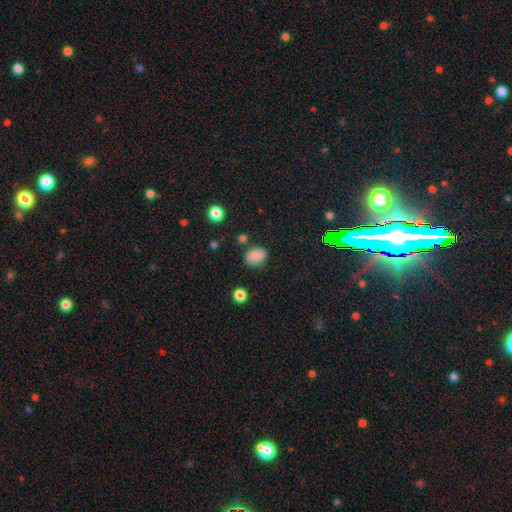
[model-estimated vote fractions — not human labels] Smooth or featured: smooth — 77% (star or artifact — 11%)
How rounded: in between — 60% (round — 39%)
Merging: none — 70% (minor disturbance — 20%)